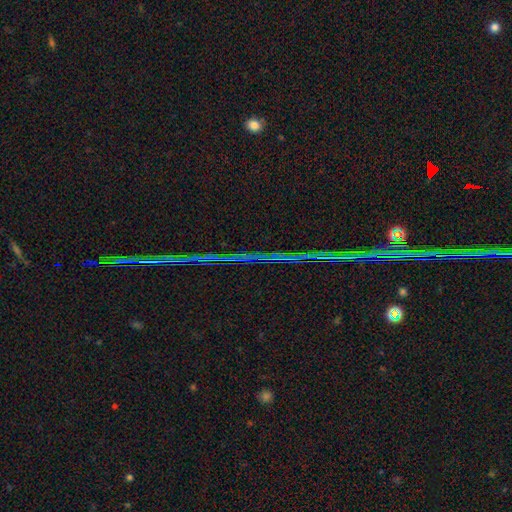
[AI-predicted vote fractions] A star or artifact, not a galaxy (87%).

Vote fractions:
- Smooth or featured? star or artifact: 87% / featured or disk: 7% / smooth: 6%